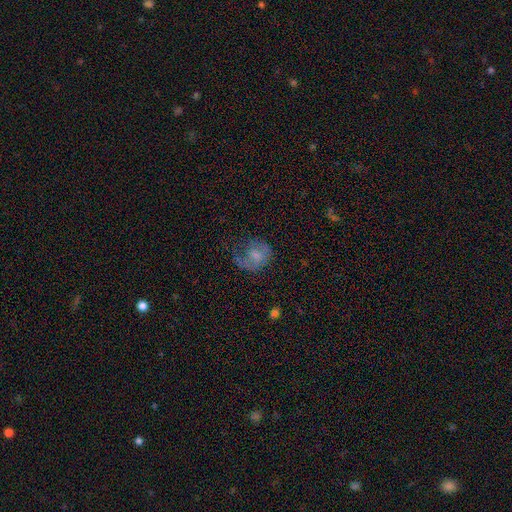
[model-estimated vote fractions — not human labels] smooth-or-featured: smooth: 49% | featured or disk: 40% | star or artifact: 11%
  merging: none: 38% | major disturbance: 34% | minor disturbance: 24% | merger: 3%